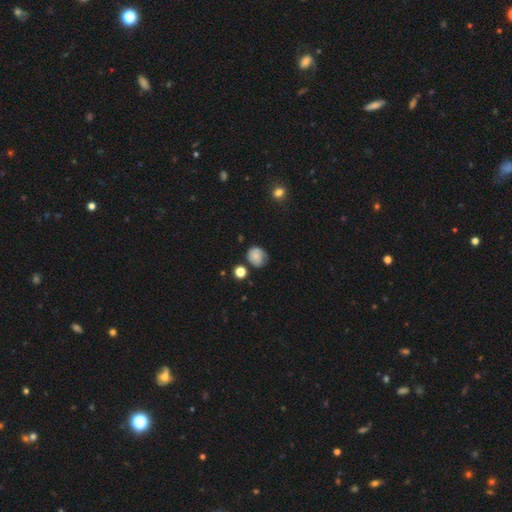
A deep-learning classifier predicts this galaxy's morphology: Smooth or featured?
  - smooth: 73% *
  - featured or disk: 16%
  - star or artifact: 10%
How rounded?
  - round: 74% *
  - in between: 25%
  - cigar-shaped: 1%
Merging?
  - none: 57% *
  - minor disturbance: 30%
  - major disturbance: 8%
  - merger: 5%